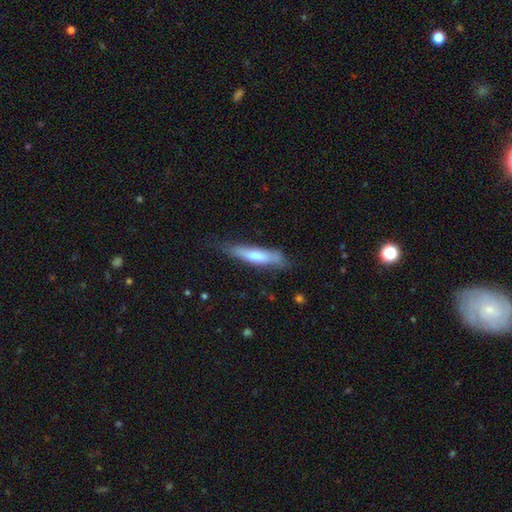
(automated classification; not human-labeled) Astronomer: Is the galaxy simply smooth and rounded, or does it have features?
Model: smooth — 61%.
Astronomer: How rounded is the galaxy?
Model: cigar-shaped — 81%.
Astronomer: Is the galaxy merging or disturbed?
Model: none — 66%.